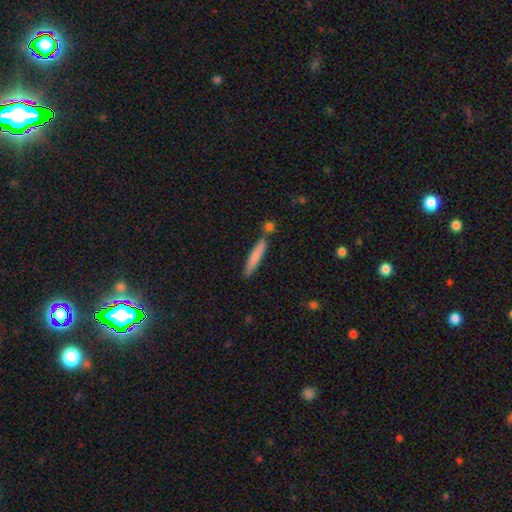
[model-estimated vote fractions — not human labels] The model was most divided on "smooth or featured": smooth: 74%, featured or disk: 20%, star or artifact: 6%. More confident: how rounded — cigar-shaped (93%); merging — none (76%).